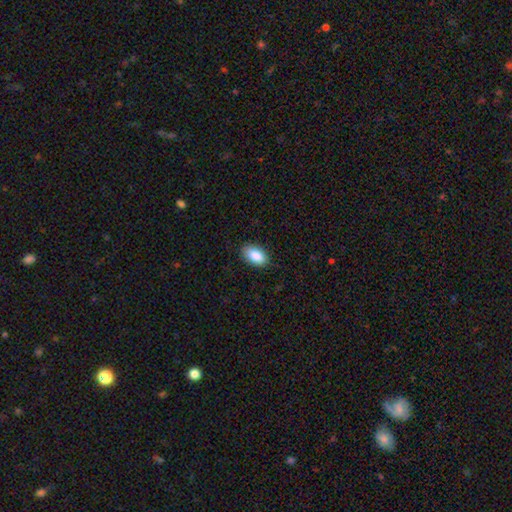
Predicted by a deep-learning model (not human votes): smooth-or-featured: smooth: 89% | star or artifact: 7% | featured or disk: 5%
  how-rounded: in between: 94% | round: 4% | cigar-shaped: 2%
  merging: none: 87% | minor disturbance: 10% | major disturbance: 2% | merger: 1%